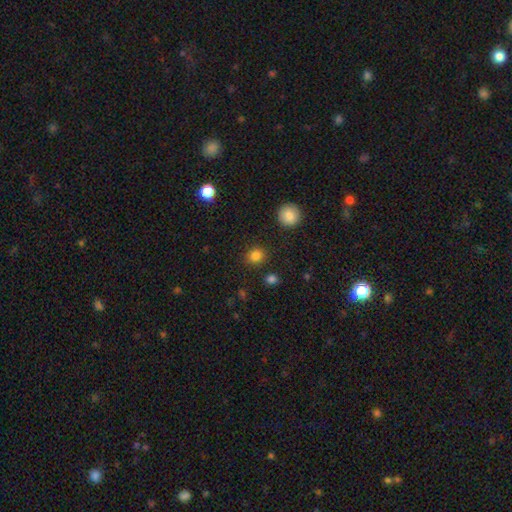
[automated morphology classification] Smooth or featured? Predicted: smooth (p=0.83). How rounded? Predicted: round (p=0.82). Merging? Predicted: none (p=0.87).